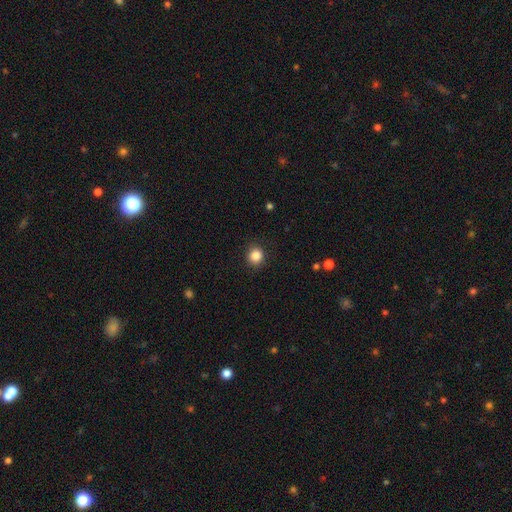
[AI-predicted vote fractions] Smooth or featured? smooth (86%)
How rounded? round (88%)
Merging? none (90%)